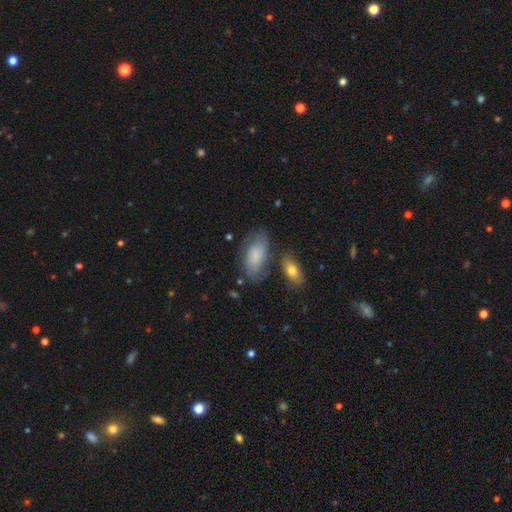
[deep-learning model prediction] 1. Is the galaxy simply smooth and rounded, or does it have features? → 67% smooth, 26% featured or disk, 7% star or artifact.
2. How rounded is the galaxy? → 92% in between, 4% cigar-shaped, 4% round.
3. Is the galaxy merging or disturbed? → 60% none, 23% minor disturbance, 8% merger, 8% major disturbance.